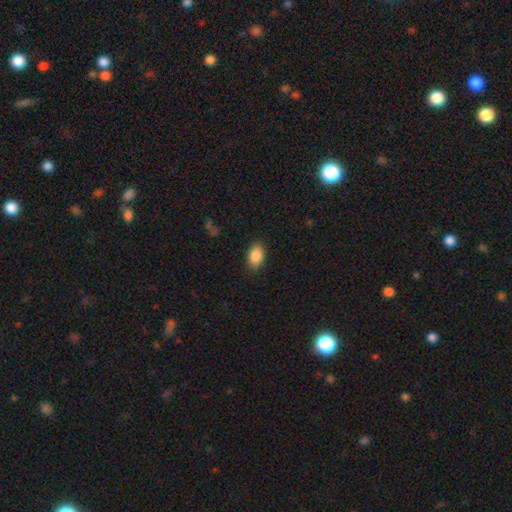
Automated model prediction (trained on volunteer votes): Smooth or featured: smooth — 88% (star or artifact — 7%)
How rounded: in between — 89% (round — 9%)
Merging: none — 88% (minor disturbance — 9%)